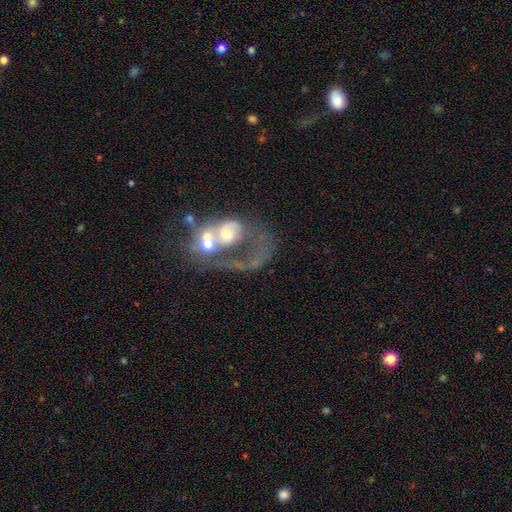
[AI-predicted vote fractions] The model was most divided on "spiral arms": no: 56%, yes: 44%. More confident: edge-on disk — no (96%); bar — no (80%); smooth or featured — featured or disk (65%); merging — merger (62%); bulge size — moderate (53%).